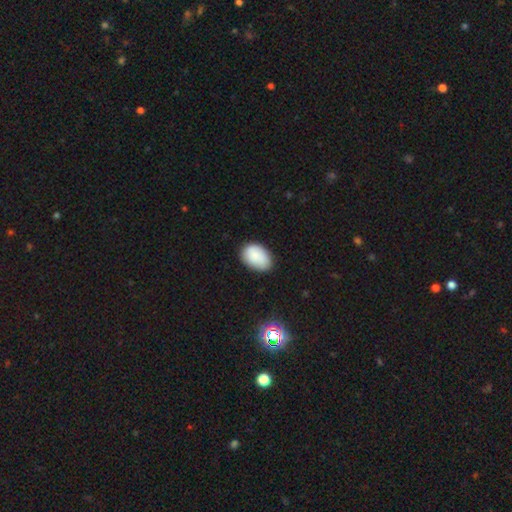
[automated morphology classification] Smooth or featured: smooth — 86% (featured or disk — 7%)
How rounded: in between — 87% (round — 12%)
Merging: none — 74% (minor disturbance — 20%)